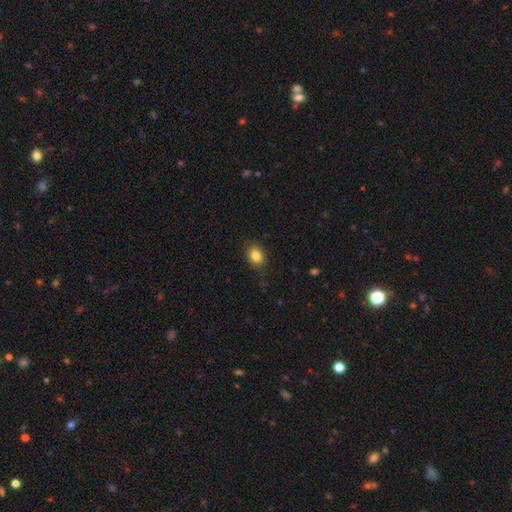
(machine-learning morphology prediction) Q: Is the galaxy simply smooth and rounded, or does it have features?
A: smooth — 84%.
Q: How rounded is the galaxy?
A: in between — 76%.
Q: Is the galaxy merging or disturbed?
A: none — 85%.